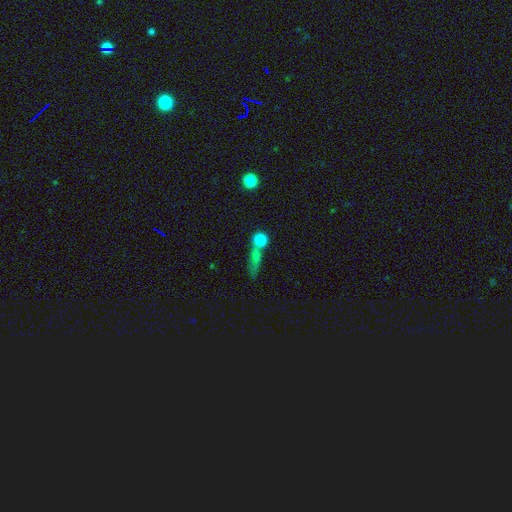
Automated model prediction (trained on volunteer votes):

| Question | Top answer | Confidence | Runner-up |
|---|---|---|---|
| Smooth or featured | smooth | 55% | featured or disk (23%) |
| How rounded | round | 43% | cigar-shaped (34%) |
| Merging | none | 51% | merger (28%) |